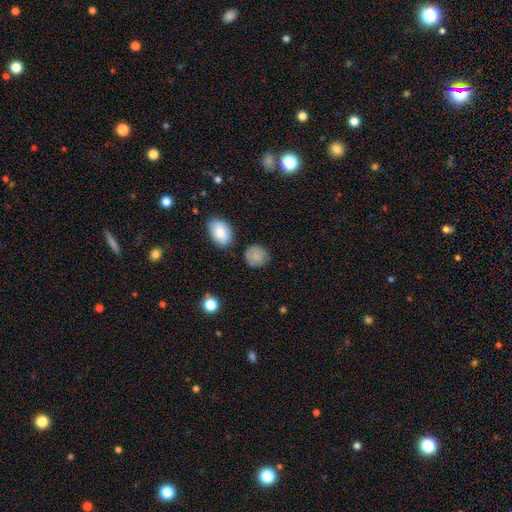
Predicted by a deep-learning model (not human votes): The model was most divided on "merging": none: 74%, minor disturbance: 17%, major disturbance: 5%, merger: 4%. More confident: smooth or featured — smooth (84%); how rounded — round (78%).